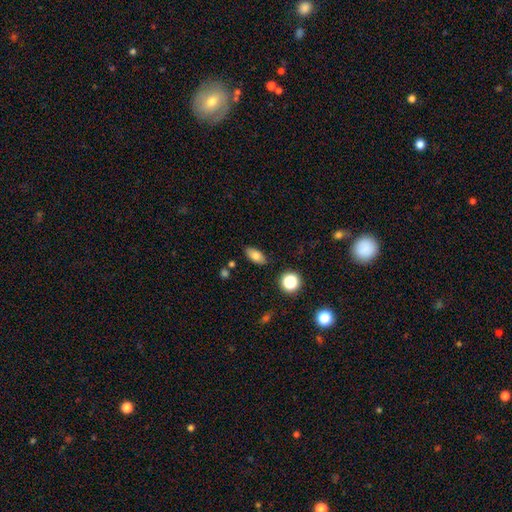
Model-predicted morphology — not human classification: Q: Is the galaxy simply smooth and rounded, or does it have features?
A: smooth — 78%.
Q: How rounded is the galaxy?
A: in between — 86%.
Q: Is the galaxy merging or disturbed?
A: none — 84%.